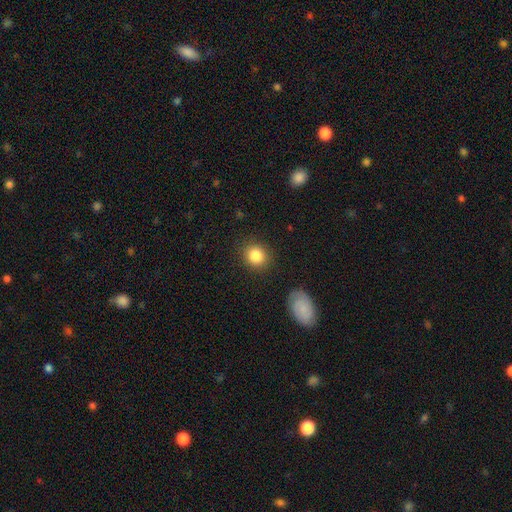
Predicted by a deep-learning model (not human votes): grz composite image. It shows a smooth galaxy with no disk features (85%) that is round (80%). Merging: none (87%).